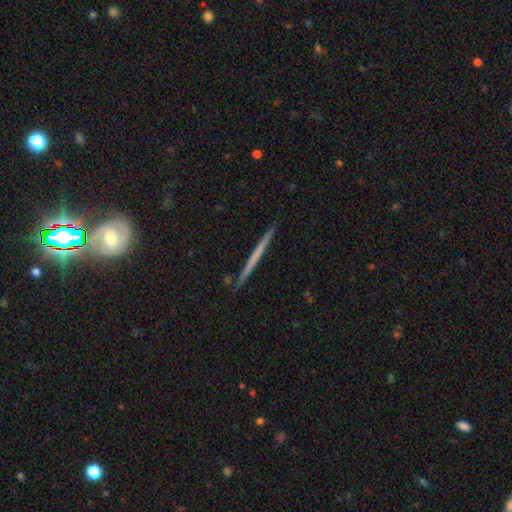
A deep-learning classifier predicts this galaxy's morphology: Smooth or featured? Predicted: featured or disk (p=0.52). Edge-on disk? Predicted: yes (p=0.98). Edge-on bulge? Predicted: none (p=0.93). Merging? Predicted: none (p=0.92).